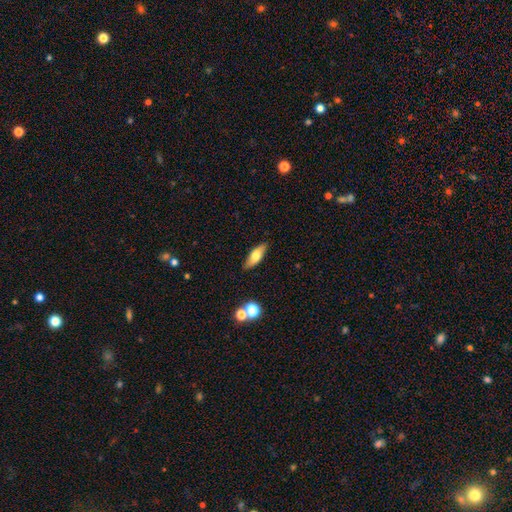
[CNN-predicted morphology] type=smooth (63%); roundness=in between (62%); merging=none (85%).